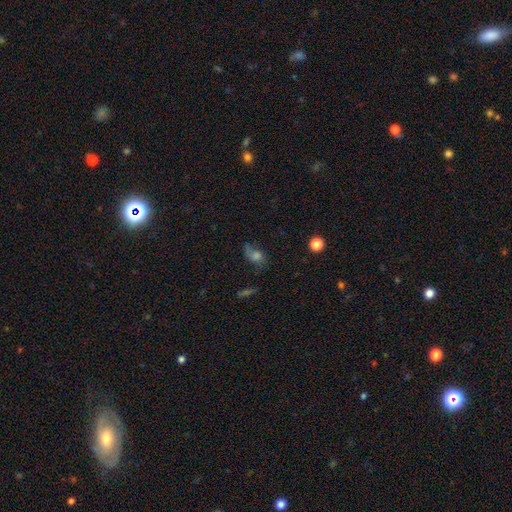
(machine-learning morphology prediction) A smooth galaxy with no disk features (48%). Merging: none (45%).